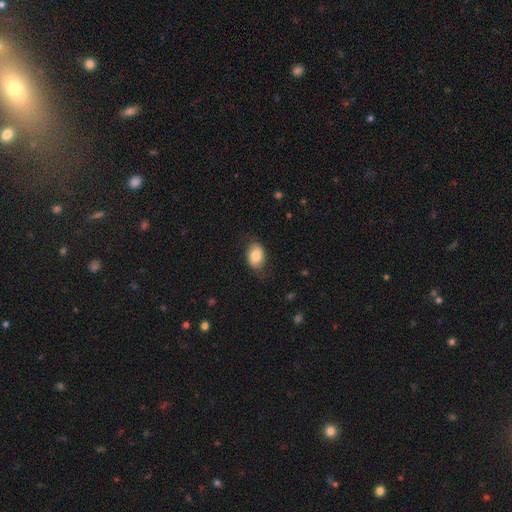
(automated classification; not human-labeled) smooth-or-featured: smooth: 80% | featured or disk: 14% | star or artifact: 7%
  how-rounded: in between: 82% | round: 17% | cigar-shaped: 1%
  merging: none: 73% | minor disturbance: 20% | major disturbance: 6% | merger: 1%